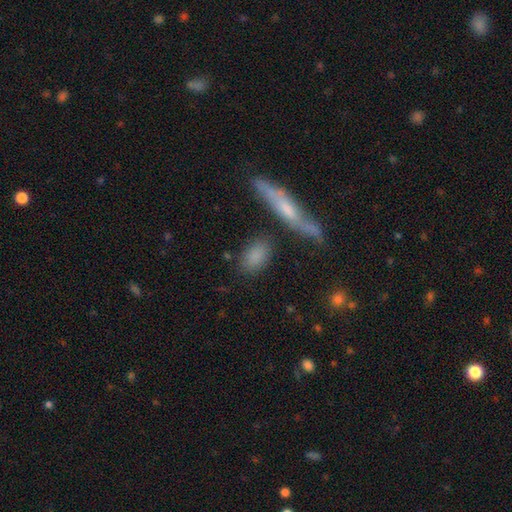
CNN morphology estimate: Smooth or featured? Predicted: smooth (p=0.82). How rounded? Predicted: in between (p=0.80). Merging? Predicted: none (p=0.73).